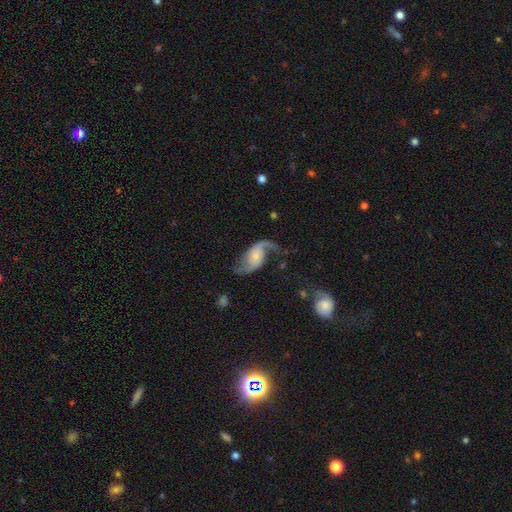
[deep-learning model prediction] smooth-or-featured: featured or disk: 87% | smooth: 8% | star or artifact: 5%
  disk-edge-on: no: 97% | yes: 3%
    bar: no: 63% | weak: 30% | strong: 8%
    has-spiral-arms: yes: 96% | no: 4%
      spiral-winding: loose: 71% | medium: 23% | tight: 6%
      spiral-arm-count: 2: 90% | 1: 5% | can't tell: 2% | 3: 1% | 4: 1% | more than 4: 1%
    bulge-size: small: 54% | moderate: 31% | none: 8% | large: 5% | dominant: 2%
  merging: none: 64% | minor disturbance: 18% | major disturbance: 15% | merger: 3%